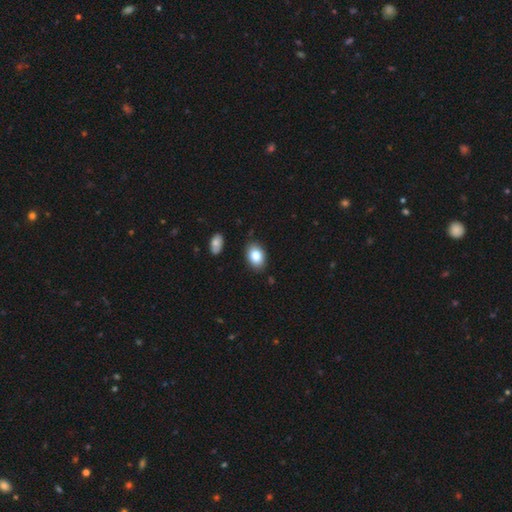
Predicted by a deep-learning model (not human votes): A smooth galaxy with no disk features (84%) that is in between round and cigar-shaped (86%). Merging: none (84%).